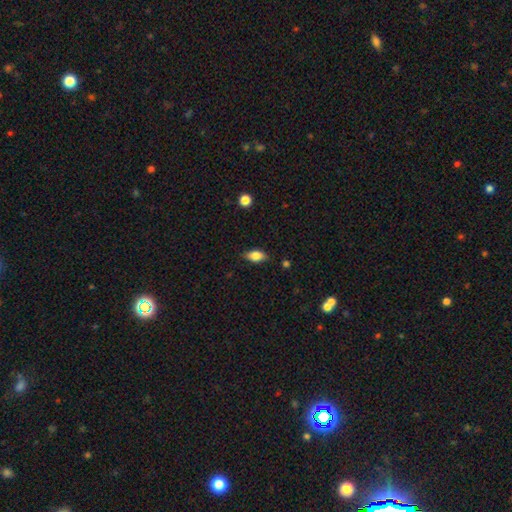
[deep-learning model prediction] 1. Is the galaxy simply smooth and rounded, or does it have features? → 79% smooth, 13% featured or disk, 8% star or artifact.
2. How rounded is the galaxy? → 88% in between, 6% cigar-shaped, 6% round.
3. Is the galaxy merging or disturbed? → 83% none, 13% minor disturbance, 3% major disturbance, 1% merger.